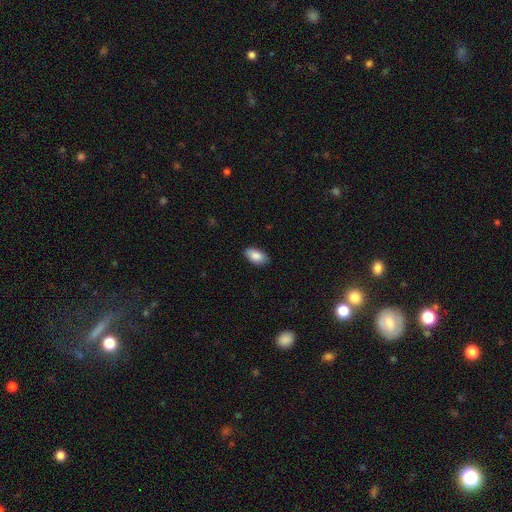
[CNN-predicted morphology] Smooth or featured? smooth (88%)
How rounded? in between (94%)
Merging? none (86%)